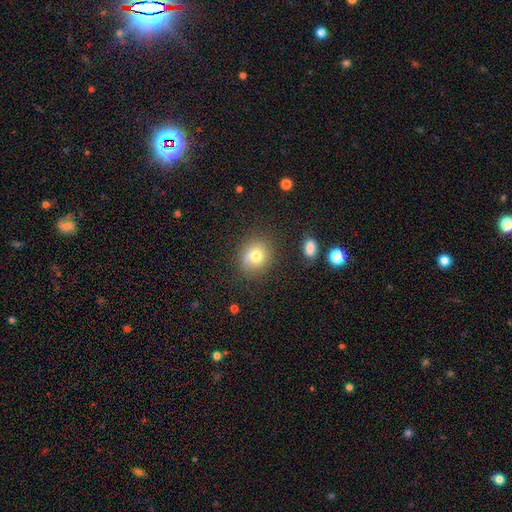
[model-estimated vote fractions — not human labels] This appears to be a smooth galaxy with no disk features (74%) that is round (78%). Merging: none (73%).